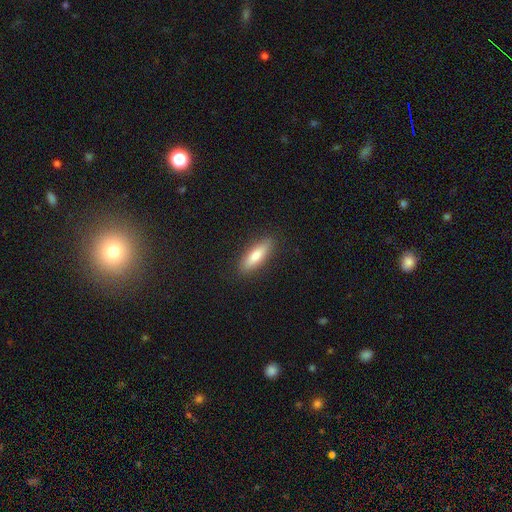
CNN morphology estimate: Smooth or featured?
  - smooth: 76% *
  - featured or disk: 18%
  - star or artifact: 6%
How rounded?
  - cigar-shaped: 51% *
  - in between: 47%
  - round: 2%
Merging?
  - none: 88% *
  - minor disturbance: 9%
  - major disturbance: 2%
  - merger: 1%